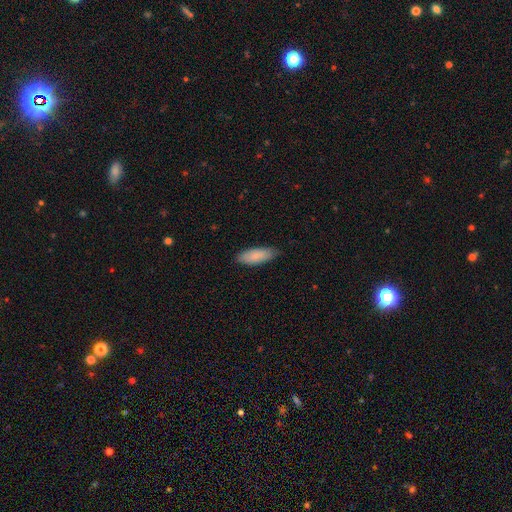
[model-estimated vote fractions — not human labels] This appears to be a smooth galaxy with no disk features (86%) that is in between round and cigar-shaped (71%). Merging: none (80%).